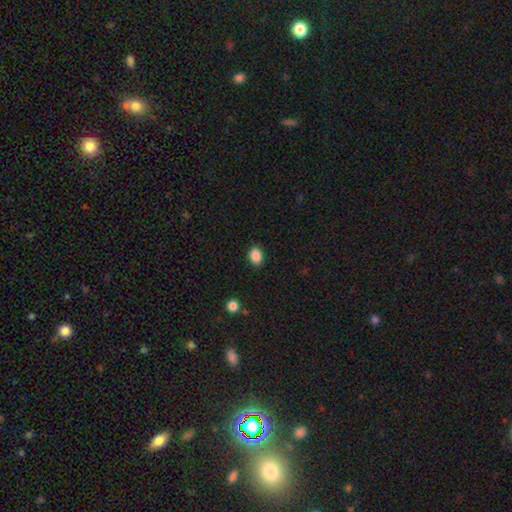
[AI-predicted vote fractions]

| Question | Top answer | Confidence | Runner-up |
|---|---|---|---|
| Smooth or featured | smooth | 88% | star or artifact (9%) |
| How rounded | in between | 68% | round (31%) |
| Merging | none | 89% | minor disturbance (8%) |